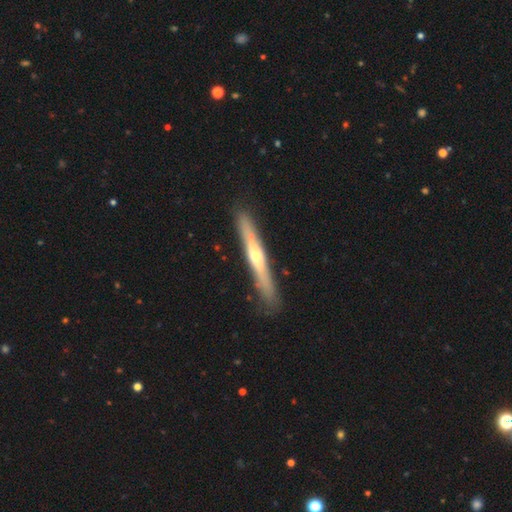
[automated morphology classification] smooth-or-featured: featured or disk: 64% | smooth: 30% | star or artifact: 6%
  disk-edge-on: yes: 92% | no: 8%
    edge-on-bulge: rounded: 77% | none: 20% | boxy: 3%
  merging: none: 87% | minor disturbance: 10% | major disturbance: 2% | merger: 1%